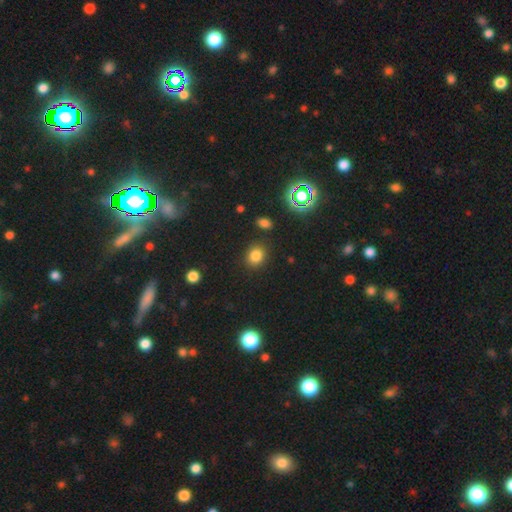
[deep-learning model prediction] A smooth galaxy with no disk features (79%) that is round (70%). Merging: none (86%).